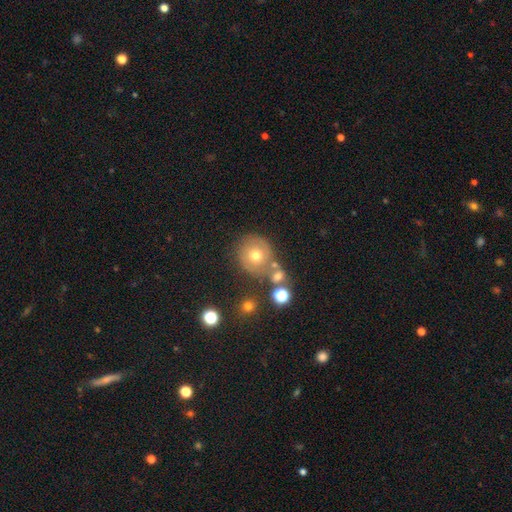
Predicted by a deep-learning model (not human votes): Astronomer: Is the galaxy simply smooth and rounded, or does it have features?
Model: smooth — 64%.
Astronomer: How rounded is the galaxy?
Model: round — 86%.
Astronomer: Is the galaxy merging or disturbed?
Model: none — 60%.